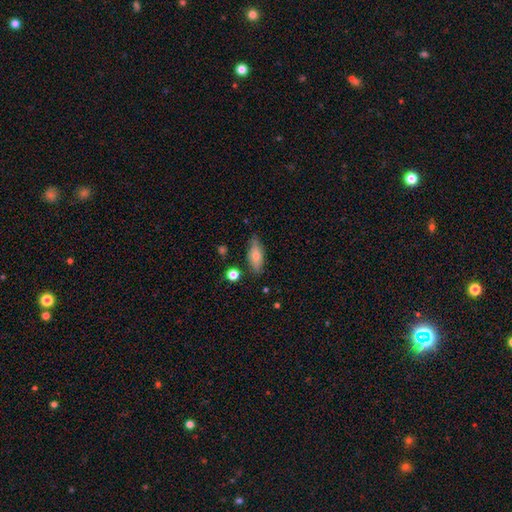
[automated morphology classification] Smooth or featured? Predicted: smooth (p=0.64). How rounded? Predicted: in between (p=0.70). Merging? Predicted: none (p=0.78).